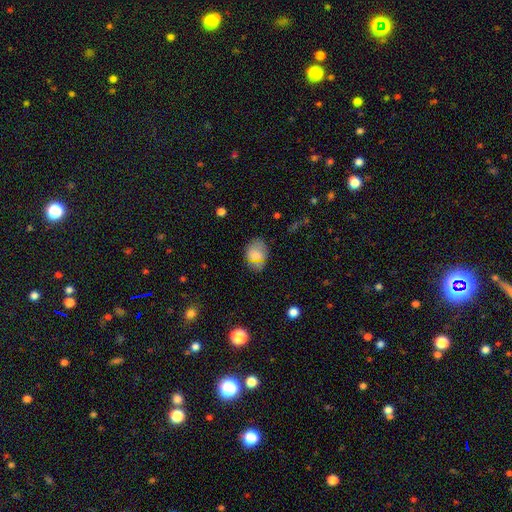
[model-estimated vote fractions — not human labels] This is likely a smooth galaxy (76%). How rounded: likely in between (69%). Merging: likely none (75%).